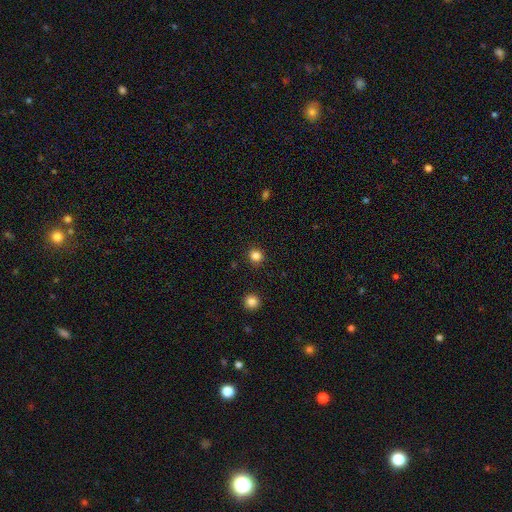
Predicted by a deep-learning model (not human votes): Overall: smooth (83%). How rounded: round (88%). Merging: none (90%).